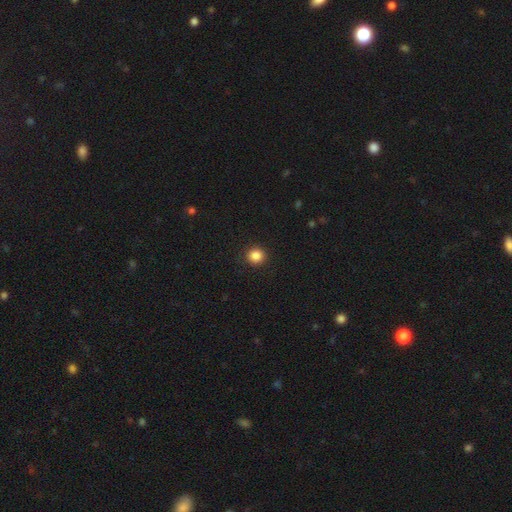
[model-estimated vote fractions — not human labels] Q: Smooth or featured?
A: smooth (86%); runner-up: star or artifact (10%)
Q: How rounded?
A: round (91%); runner-up: in between (8%)
Q: Merging?
A: none (92%); runner-up: minor disturbance (5%)